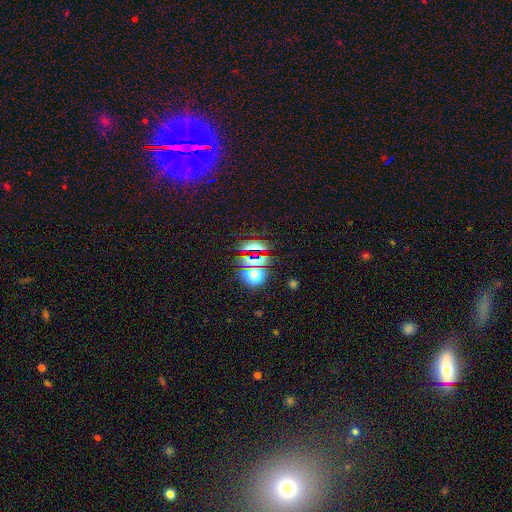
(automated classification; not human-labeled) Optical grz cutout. It shows a star or artifact, not a galaxy (70%).